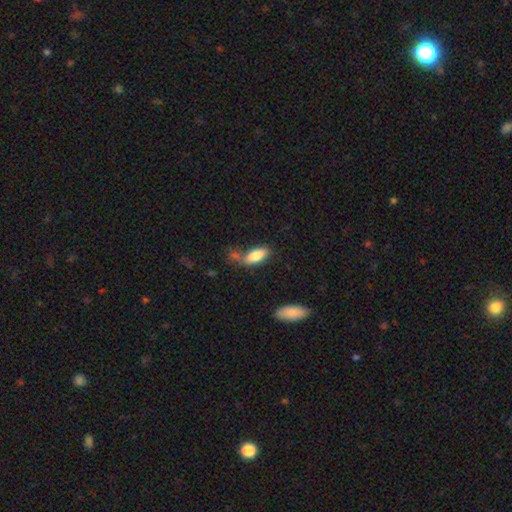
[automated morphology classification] A smooth galaxy with no disk features (79%) that is in between round and cigar-shaped (81%). Merging: none (46%).